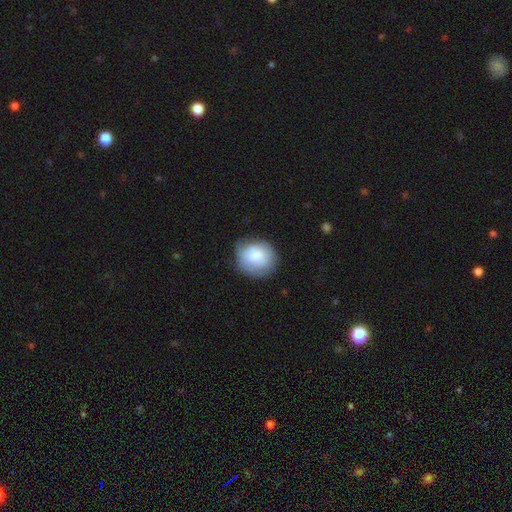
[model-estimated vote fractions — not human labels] Smooth or featured: smooth — 76% (featured or disk — 17%)
How rounded: round — 77% (in between — 22%)
Merging: none — 61% (minor disturbance — 29%)